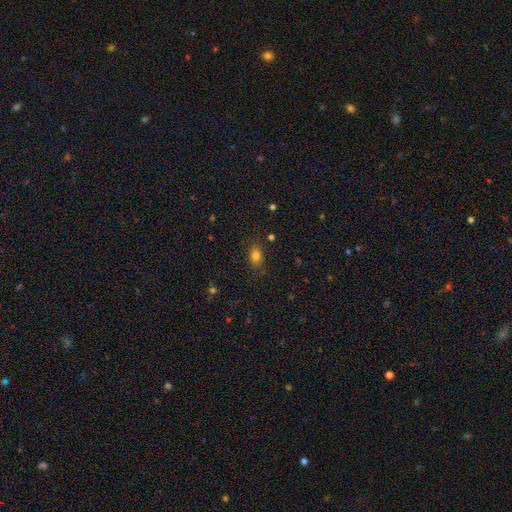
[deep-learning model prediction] Smooth or featured? smooth (79%)
How rounded? in between (74%)
Merging? none (82%)